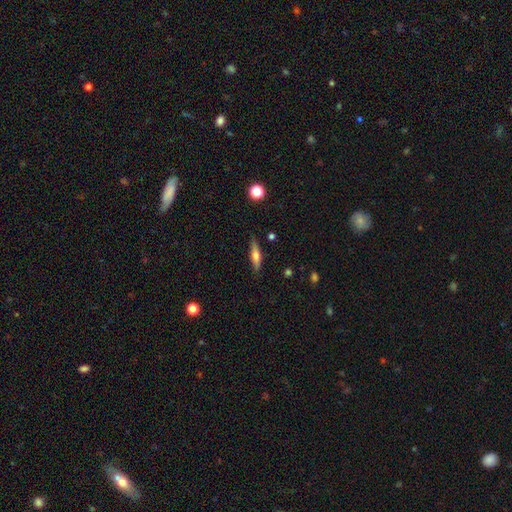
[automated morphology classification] This appears to be a smooth galaxy with no disk features (50%). Merging: none (86%).